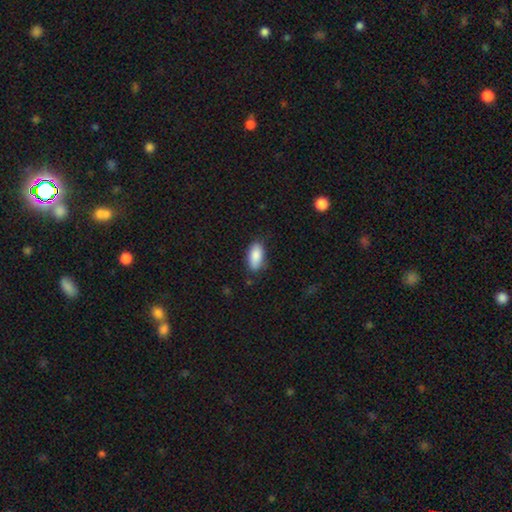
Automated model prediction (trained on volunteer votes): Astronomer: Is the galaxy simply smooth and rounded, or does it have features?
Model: smooth — 88%.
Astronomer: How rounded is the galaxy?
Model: in between — 90%.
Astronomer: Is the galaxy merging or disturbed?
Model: none — 80%.